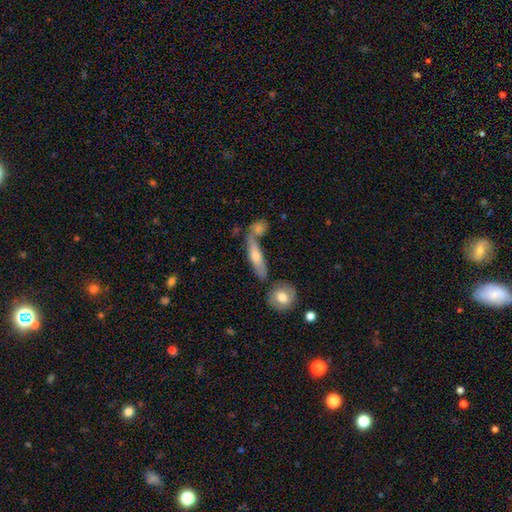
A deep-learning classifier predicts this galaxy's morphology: Smooth or featured?
  - smooth: 52% *
  - featured or disk: 40%
  - star or artifact: 7%
How rounded?
  - cigar-shaped: 71% *
  - in between: 26%
  - round: 3%
Merging?
  - none: 56% *
  - merger: 24%
  - minor disturbance: 15%
  - major disturbance: 5%